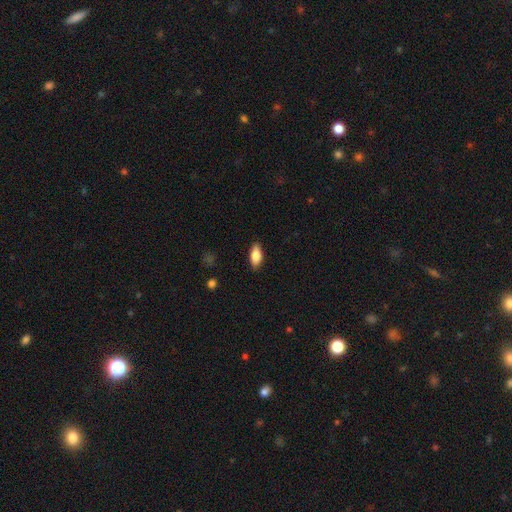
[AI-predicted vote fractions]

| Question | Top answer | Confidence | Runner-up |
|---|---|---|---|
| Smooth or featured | smooth | 80% | featured or disk (14%) |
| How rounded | in between | 84% | cigar-shaped (13%) |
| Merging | none | 86% | minor disturbance (11%) |